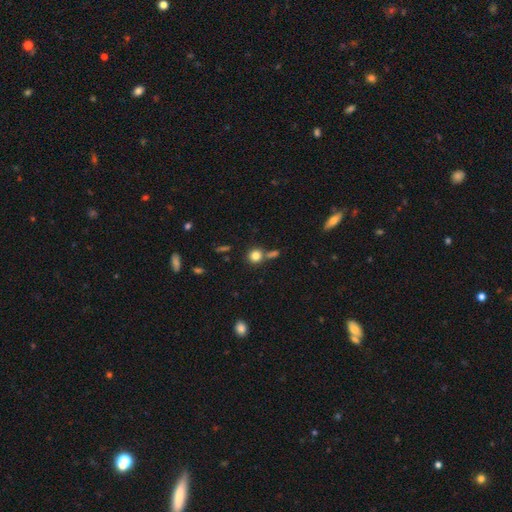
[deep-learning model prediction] This is clearly a smooth galaxy (81%). How rounded: clearly round (87%). Merging: likely none (68%).